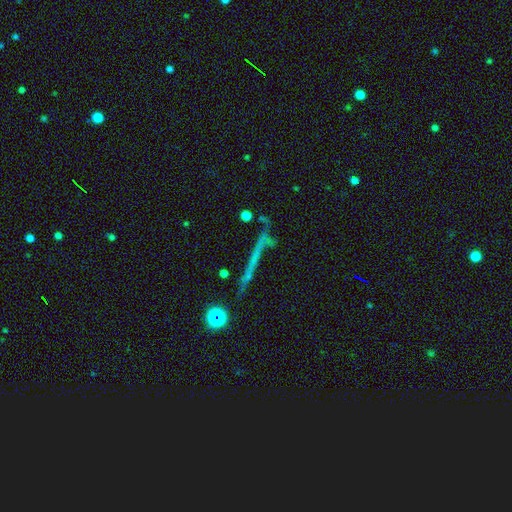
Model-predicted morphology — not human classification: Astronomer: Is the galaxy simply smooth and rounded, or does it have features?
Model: featured or disk — 43% (runner-up: smooth, 30%).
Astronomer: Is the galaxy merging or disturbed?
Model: none — 69%.